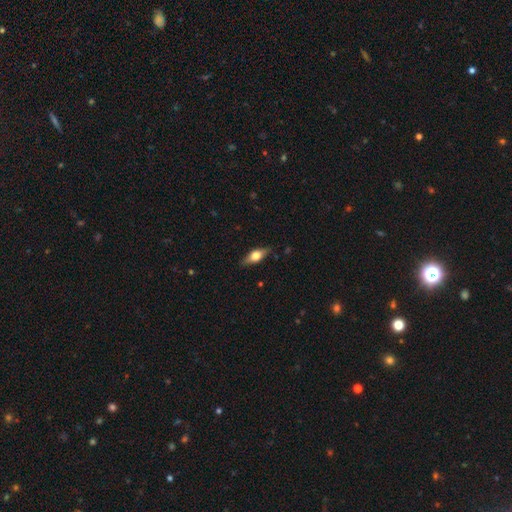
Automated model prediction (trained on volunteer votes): A smooth galaxy with no disk features (54%) that is in between round and cigar-shaped (68%).

Vote fractions:
- Smooth or featured? smooth: 54% / featured or disk: 40% / star or artifact: 6%
- How rounded? in between: 68% / cigar-shaped: 28% / round: 4%
- Merging? none: 83% / minor disturbance: 13% / major disturbance: 3% / merger: 1%